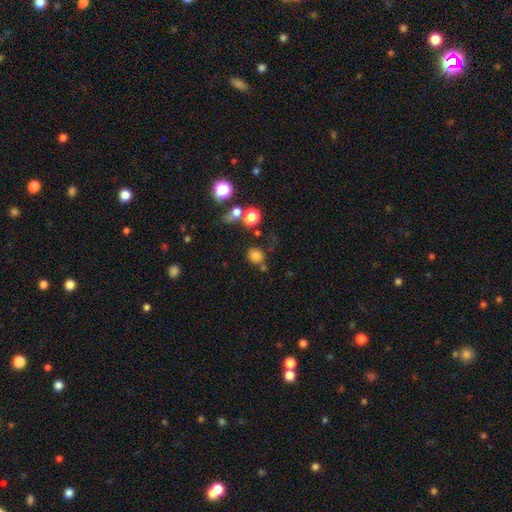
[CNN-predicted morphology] smooth 78%, star or artifact 16%, featured or disk 6%. Down the decision tree: how rounded — round (76%); merging — none (65%).